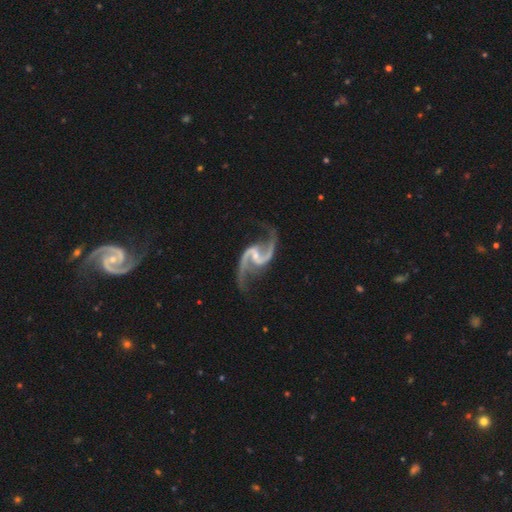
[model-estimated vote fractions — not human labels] This appears to be a featured or disk galaxy (95%) with a weak bar (48%), 2 (95%) loose (67%) spiral arms (98%) and a small central bulge (67%). Merging: none (73%).